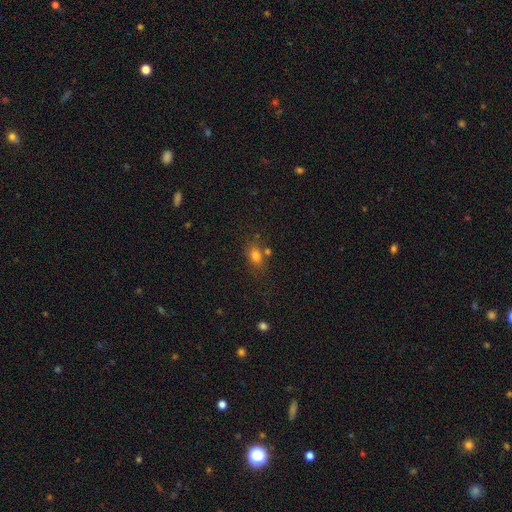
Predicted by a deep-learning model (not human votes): Smooth or featured? smooth (78%)
How rounded? in between (73%)
Merging? none (64%)